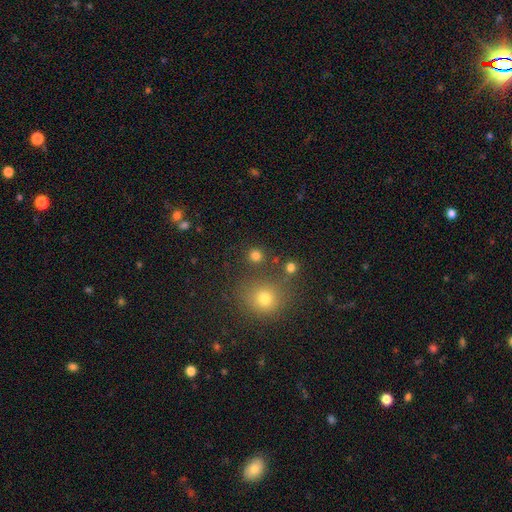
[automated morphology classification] This is likely a smooth galaxy (78%). How rounded: clearly round (92%). Merging: clearly none (83%).